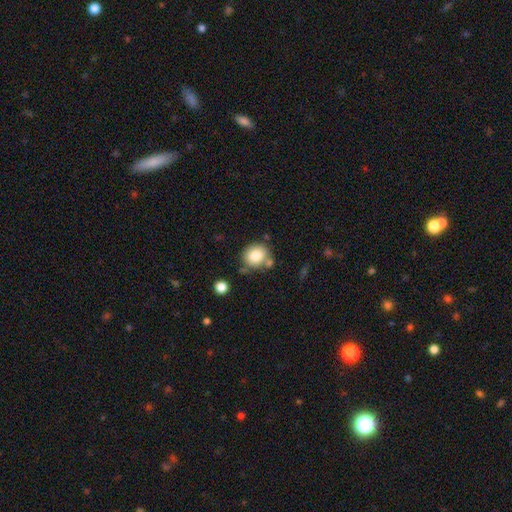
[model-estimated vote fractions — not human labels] This appears to be a smooth galaxy with no disk features (81%) that is round (78%). Merging: none (68%).